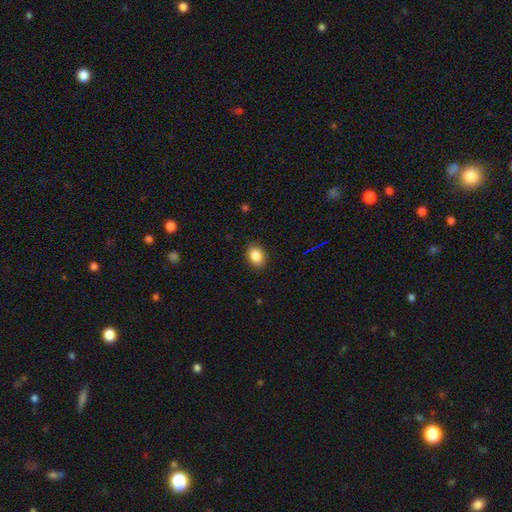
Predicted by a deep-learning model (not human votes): Smooth or featured? smooth (86%)
How rounded? in between (69%)
Merging? none (88%)